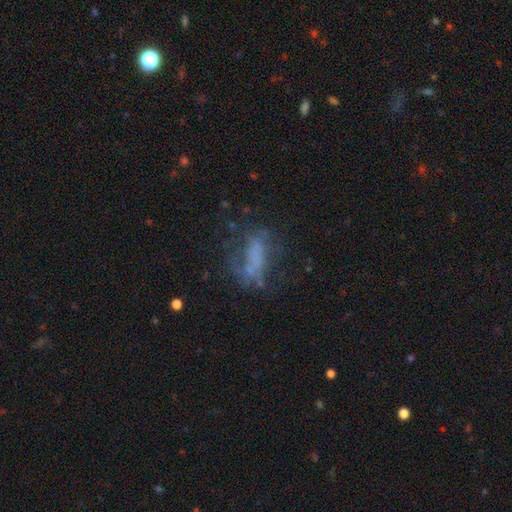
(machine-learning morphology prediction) The model was most divided on "smooth or featured": featured or disk: 45%, smooth: 36%, star or artifact: 19%. Remaining: merging — none (44%).